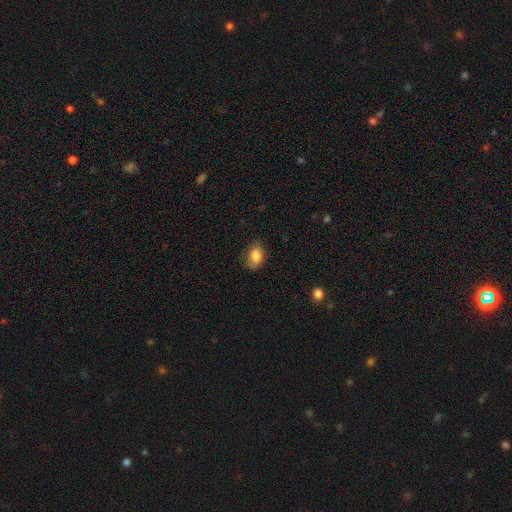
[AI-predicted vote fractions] Smooth or featured: smooth — 80% (featured or disk — 12%)
How rounded: in between — 80% (round — 18%)
Merging: none — 68% (minor disturbance — 24%)